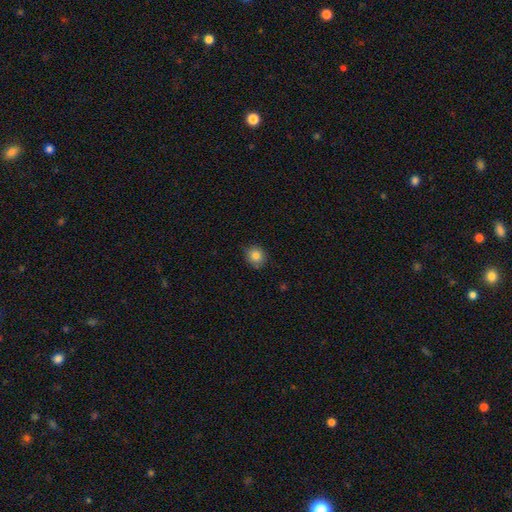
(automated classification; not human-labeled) This appears to be a smooth galaxy with no disk features (83%) that is round (86%). Merging: none (85%).